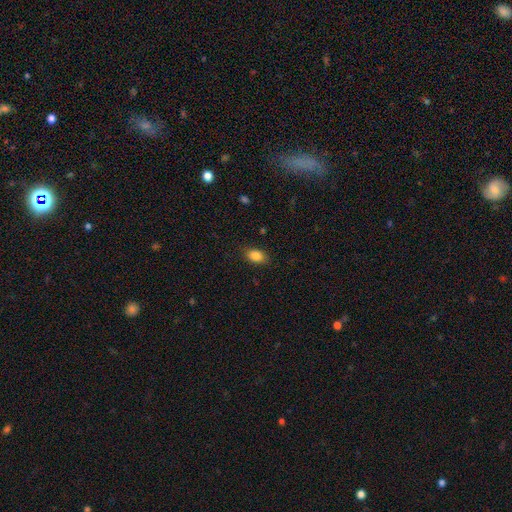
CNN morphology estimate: smooth 86%, star or artifact 9%, featured or disk 5%. Down the decision tree: how rounded — in between (85%); merging — none (84%).